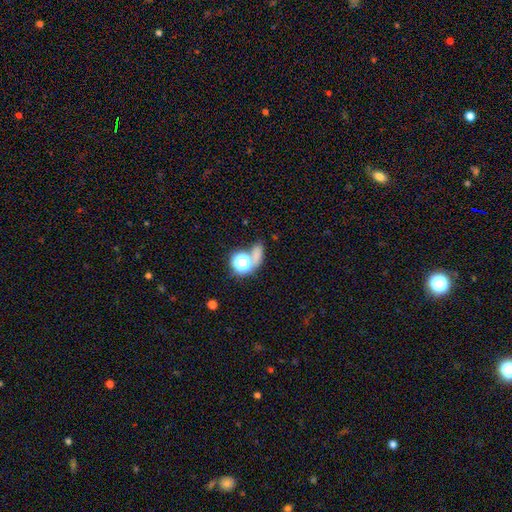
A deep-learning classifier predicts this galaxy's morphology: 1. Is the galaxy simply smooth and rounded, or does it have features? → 60% smooth, 30% star or artifact, 10% featured or disk.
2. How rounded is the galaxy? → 52% round, 40% in between, 9% cigar-shaped.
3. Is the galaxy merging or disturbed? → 54% none, 24% merger, 12% minor disturbance, 9% major disturbance.